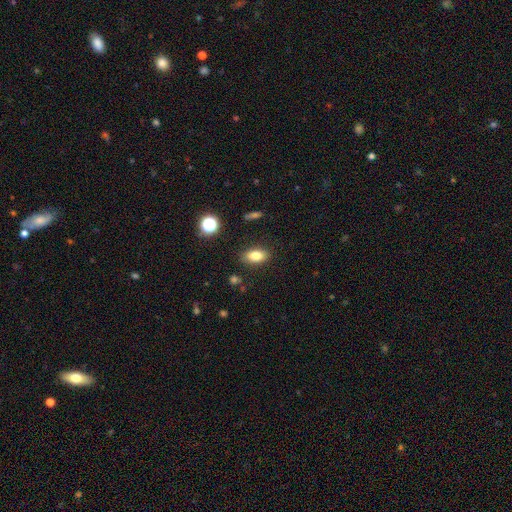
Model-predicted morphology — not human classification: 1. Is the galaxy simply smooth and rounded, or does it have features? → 80% smooth, 10% featured or disk, 10% star or artifact.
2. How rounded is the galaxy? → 86% in between, 8% round, 6% cigar-shaped.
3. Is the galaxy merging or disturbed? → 86% none, 10% minor disturbance, 3% major disturbance, 2% merger.